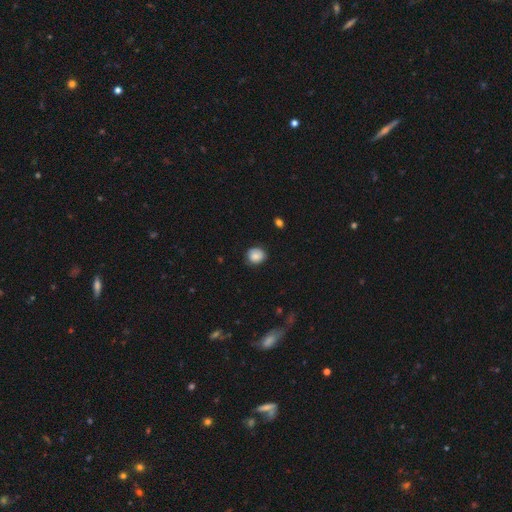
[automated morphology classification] Smooth or featured?
  - smooth: 83% *
  - featured or disk: 9%
  - star or artifact: 8%
How rounded?
  - round: 74% *
  - in between: 26%
  - cigar-shaped: 1%
Merging?
  - none: 78% *
  - minor disturbance: 17%
  - major disturbance: 3%
  - merger: 1%